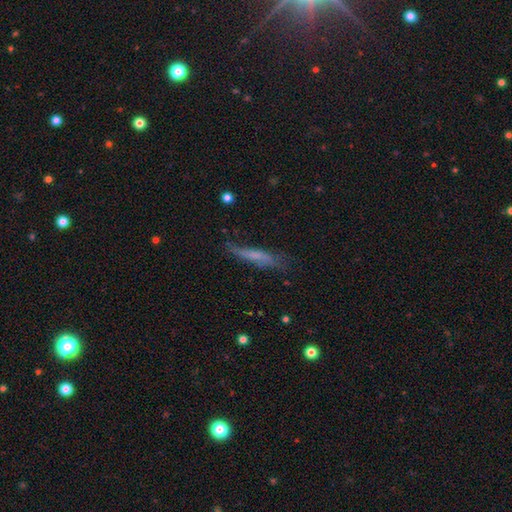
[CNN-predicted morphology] smooth 48%, featured or disk 43%, star or artifact 9%. Down the decision tree: merging — none (56%).